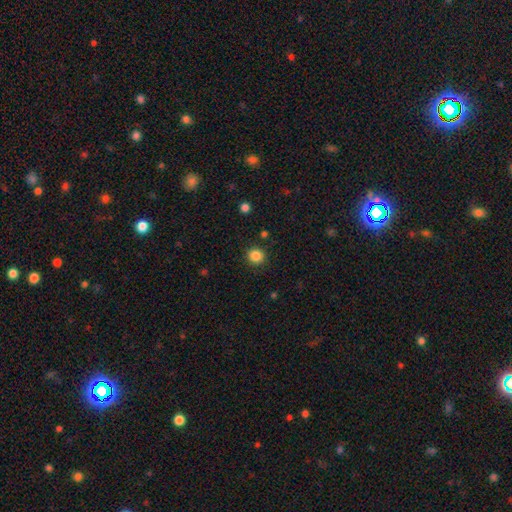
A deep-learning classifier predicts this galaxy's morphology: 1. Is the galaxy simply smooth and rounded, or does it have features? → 85% smooth, 11% star or artifact, 4% featured or disk.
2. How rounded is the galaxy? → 91% round, 8% in between, 1% cigar-shaped.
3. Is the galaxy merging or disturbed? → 91% none, 6% minor disturbance, 2% major disturbance, 1% merger.